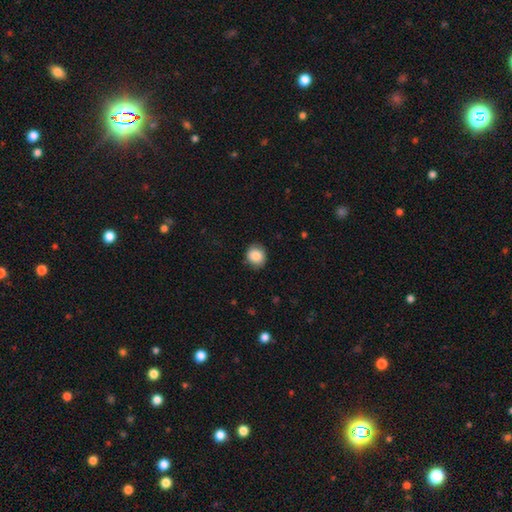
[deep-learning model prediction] Smooth or featured?
  - smooth: 87% *
  - star or artifact: 8%
  - featured or disk: 5%
How rounded?
  - round: 83% *
  - in between: 16%
  - cigar-shaped: 1%
Merging?
  - none: 84% *
  - minor disturbance: 12%
  - major disturbance: 3%
  - merger: 1%